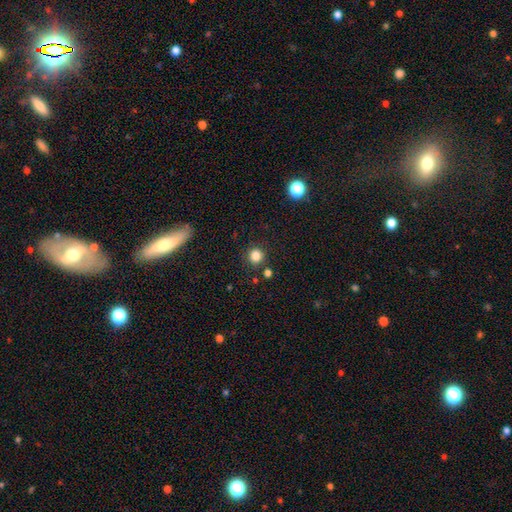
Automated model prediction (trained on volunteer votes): The model was most divided on "smooth or featured": smooth: 84%, star or artifact: 12%, featured or disk: 4%. More confident: how rounded — round (91%); merging — none (86%).